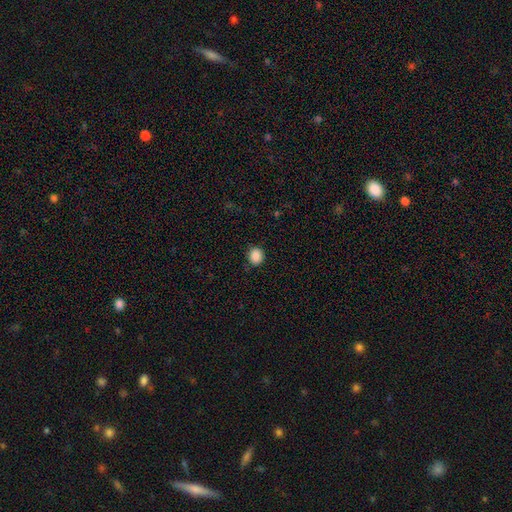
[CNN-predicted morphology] Smooth or featured? smooth (88%)
How rounded? round (79%)
Merging? none (87%)